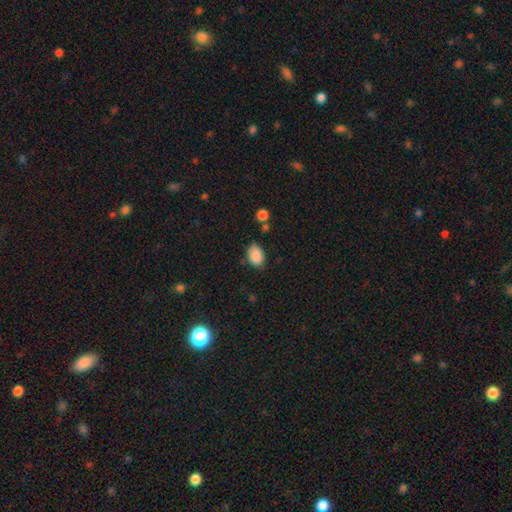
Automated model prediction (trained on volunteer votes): A smooth galaxy with no disk features (88%) that is in between round and cigar-shaped (82%). Merging: none (68%).